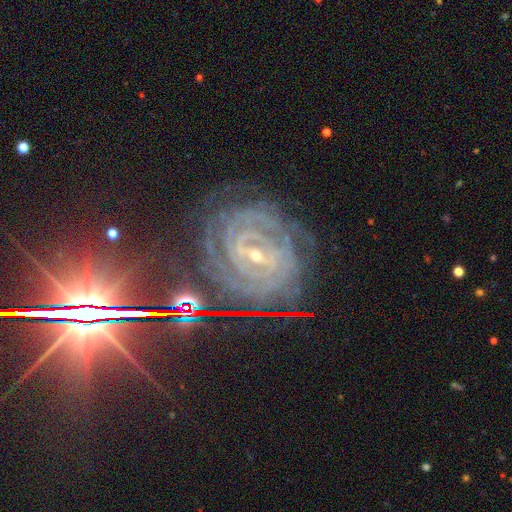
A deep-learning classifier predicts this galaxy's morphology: featured or disk 85%, star or artifact 11%, smooth 4%. Down the decision tree: edge-on disk — no (96%); bar — strong (41%); spiral arms — yes (98%); spiral arm count — can't tell (24%); spiral winding — tight (85%); bulge size — small (74%); merging — none (77%).